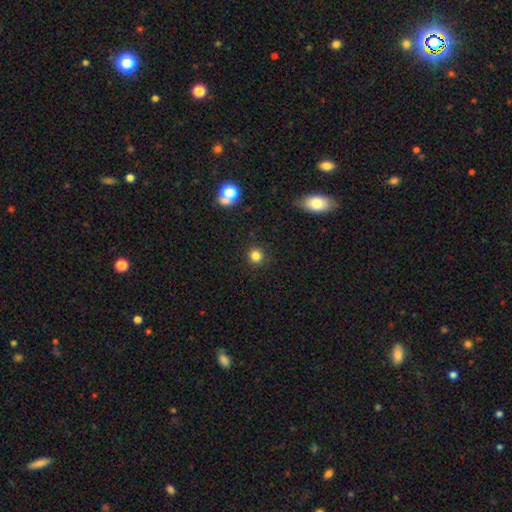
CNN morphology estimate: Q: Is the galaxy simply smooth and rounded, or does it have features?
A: smooth — 81%.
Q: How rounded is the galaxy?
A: round — 94%.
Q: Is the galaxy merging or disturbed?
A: none — 91%.